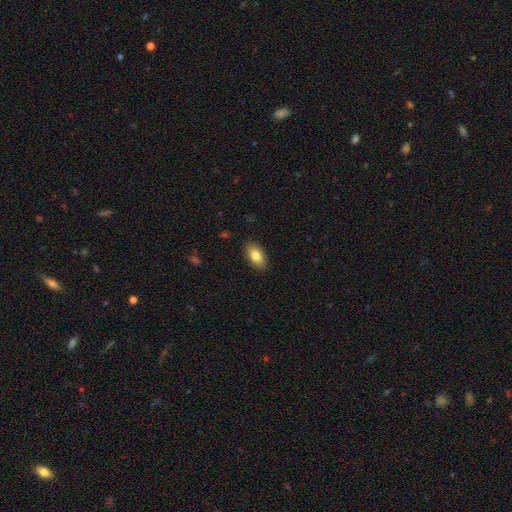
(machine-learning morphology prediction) This appears to be a smooth galaxy with no disk features (82%) that is in between round and cigar-shaped (91%). Merging: none (88%).